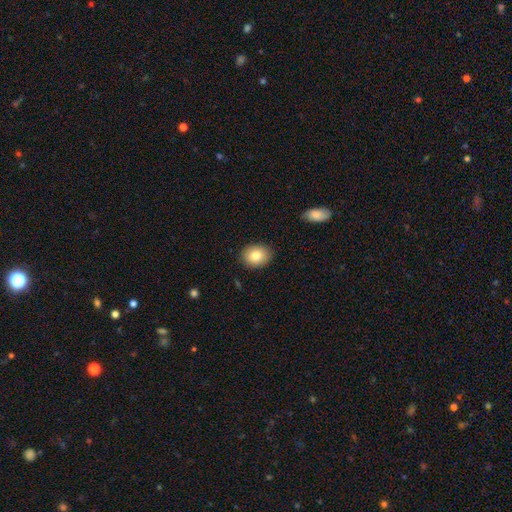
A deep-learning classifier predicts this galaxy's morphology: Smooth or featured?
  - smooth: 83% *
  - featured or disk: 9%
  - star or artifact: 8%
How rounded?
  - in between: 58% *
  - round: 41%
  - cigar-shaped: 1%
Merging?
  - none: 88% *
  - minor disturbance: 9%
  - major disturbance: 2%
  - merger: 1%